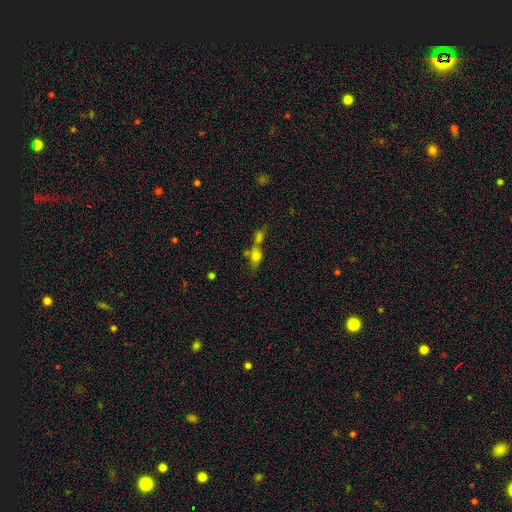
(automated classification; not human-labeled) Smooth or featured? smooth (64%)
How rounded? in between (61%)
Merging? merger (60%)